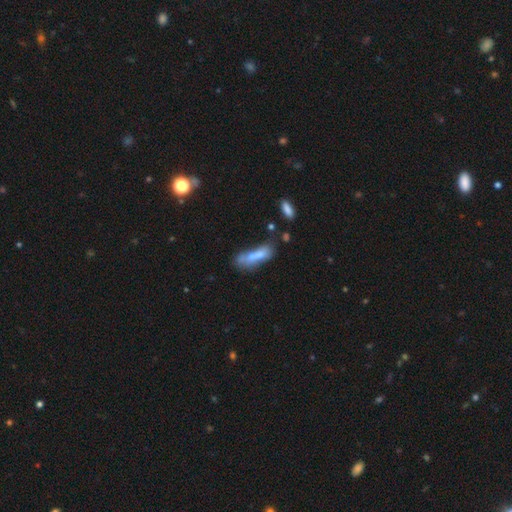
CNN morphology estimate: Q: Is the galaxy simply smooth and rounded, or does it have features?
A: smooth — 60%.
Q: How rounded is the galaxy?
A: in between — 51%.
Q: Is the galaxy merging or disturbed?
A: merger — 43%.